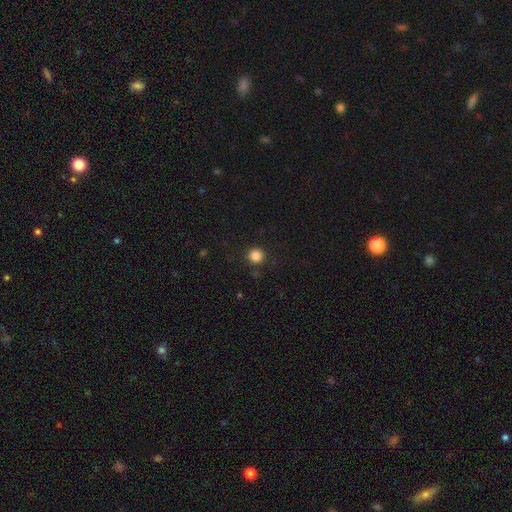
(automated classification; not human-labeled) Q: Smooth or featured?
A: smooth (85%); runner-up: star or artifact (12%)
Q: How rounded?
A: round (94%); runner-up: in between (5%)
Q: Merging?
A: none (90%); runner-up: minor disturbance (7%)